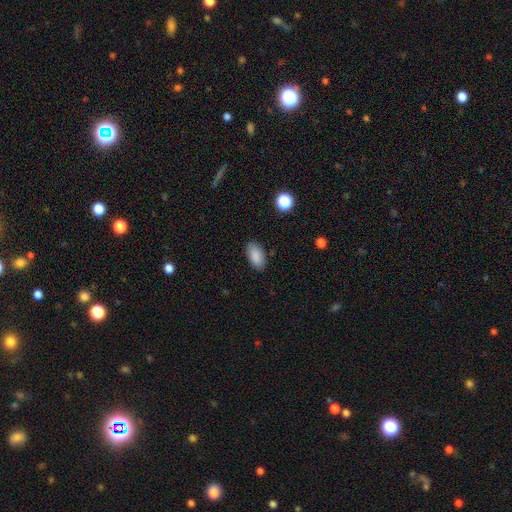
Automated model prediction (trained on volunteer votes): This is clearly a smooth galaxy (88%). How rounded: clearly in between (94%). Merging: clearly none (86%).